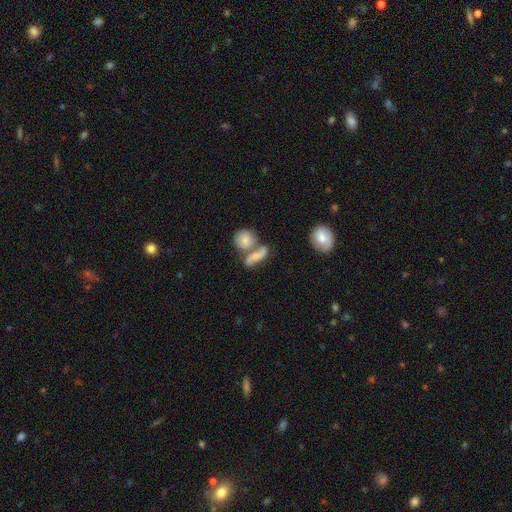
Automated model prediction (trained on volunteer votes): The model was most divided on "merging": merger: 42%, none: 41%, minor disturbance: 11%, major disturbance: 6%. Remaining: smooth or featured — smooth (56%); how rounded — in between (44%).